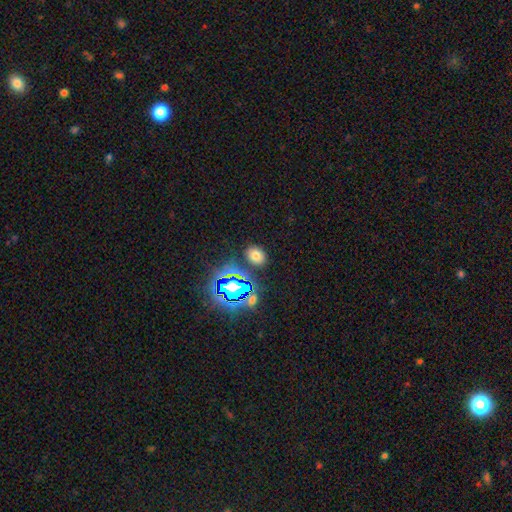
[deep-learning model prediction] smooth_or_featured: smooth (p=0.65) [alt: star or artifact p=0.26]
how_rounded: in between (p=0.64) [alt: round p=0.35]
merging: none (p=0.84) [alt: minor disturbance p=0.09]